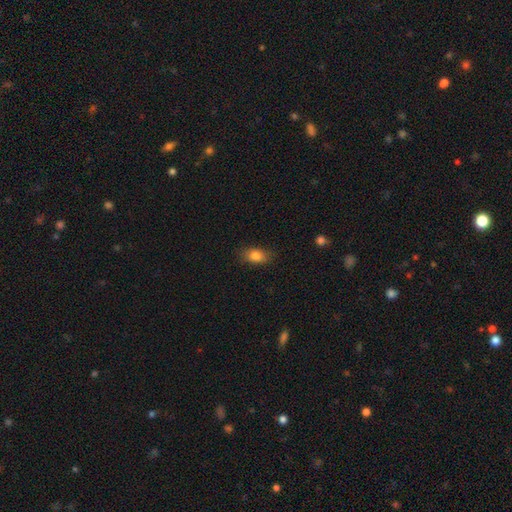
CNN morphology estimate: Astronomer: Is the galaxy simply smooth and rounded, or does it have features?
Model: smooth — 82%.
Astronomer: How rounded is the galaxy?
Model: in between — 83%.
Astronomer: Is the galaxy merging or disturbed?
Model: none — 84%.